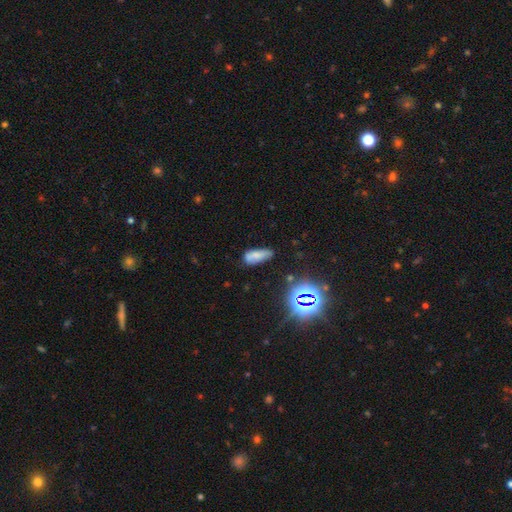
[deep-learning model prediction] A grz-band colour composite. It shows a smooth galaxy with no disk features (69%) that is in between round and cigar-shaped (74%). Merging: none (54%).